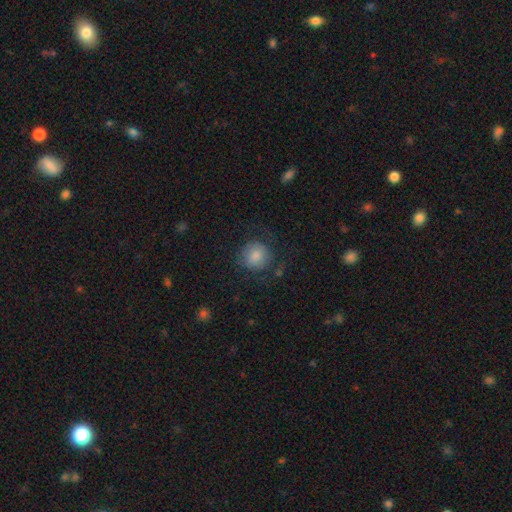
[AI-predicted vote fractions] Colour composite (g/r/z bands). It shows a smooth galaxy with no disk features (79%) that is round (89%). Merging: none (69%).